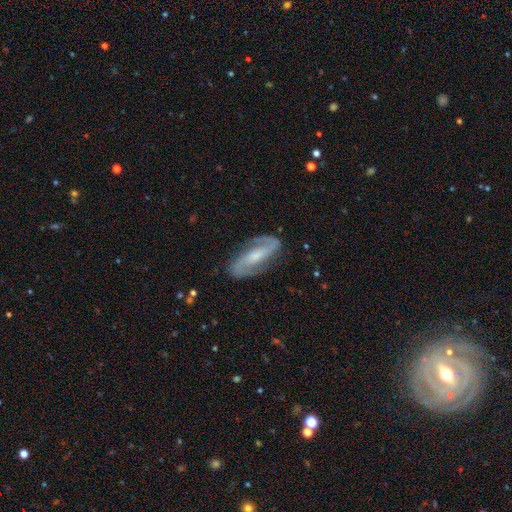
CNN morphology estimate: Smooth or featured? featured or disk (89%)
Edge-on disk? no (95%)
Bar? weak (39%)
Spiral arms? yes (97%)
Spiral winding? medium (54%)
Spiral arm count? 2 (93%)
Bulge size? moderate (41%)
Merging? none (84%)